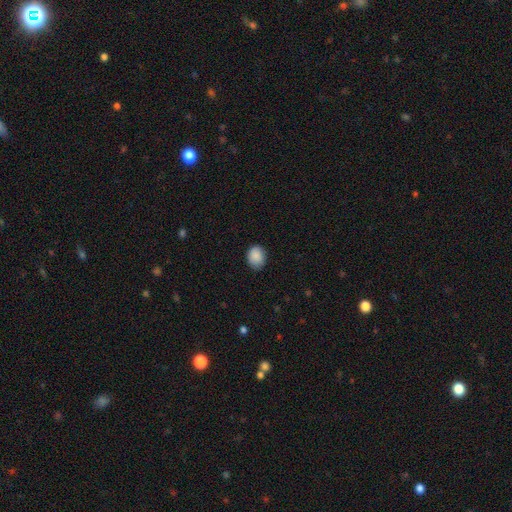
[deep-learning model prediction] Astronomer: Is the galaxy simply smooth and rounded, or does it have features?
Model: smooth — 89%.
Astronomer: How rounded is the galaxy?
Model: in between — 52% (runner-up: round, 47%).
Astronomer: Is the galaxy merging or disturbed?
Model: none — 81%.